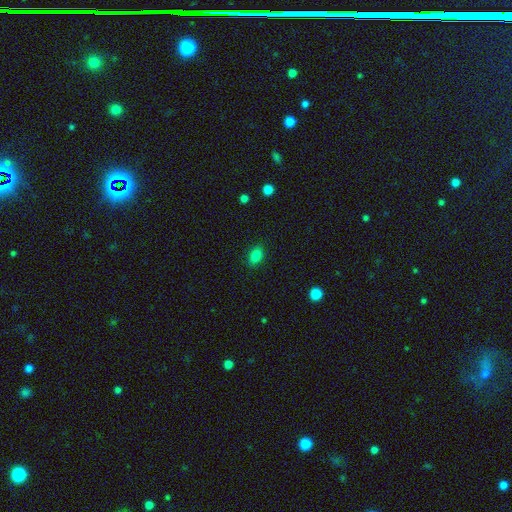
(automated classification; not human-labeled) smooth_or_featured: smooth (p=0.84) [alt: star or artifact p=0.11]
how_rounded: in between (p=0.83) [alt: round p=0.15]
merging: none (p=0.87) [alt: minor disturbance p=0.10]